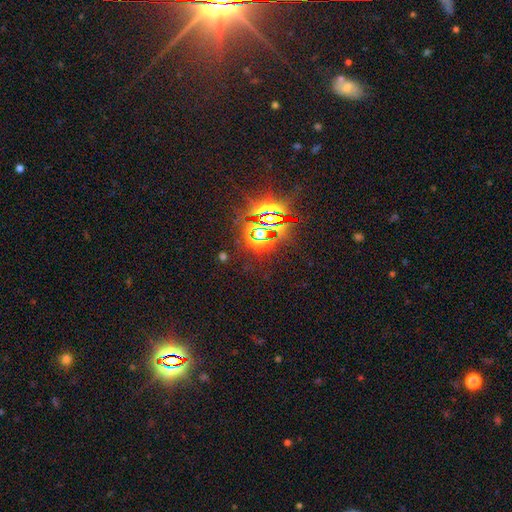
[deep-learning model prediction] smooth-or-featured: star or artifact: 83% | smooth: 9% | featured or disk: 8%